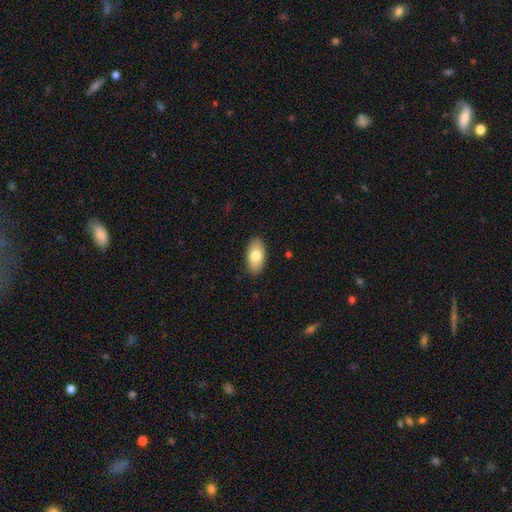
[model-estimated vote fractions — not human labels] Smooth or featured?
  - smooth: 77% *
  - featured or disk: 17%
  - star or artifact: 6%
How rounded?
  - in between: 94% *
  - round: 4%
  - cigar-shaped: 3%
Merging?
  - none: 88% *
  - minor disturbance: 9%
  - major disturbance: 2%
  - merger: 1%